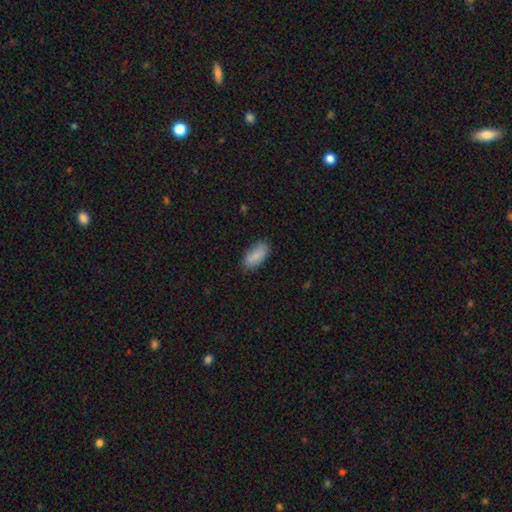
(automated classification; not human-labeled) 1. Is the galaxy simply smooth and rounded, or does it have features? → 86% smooth, 7% featured or disk, 7% star or artifact.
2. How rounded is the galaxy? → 90% in between, 8% cigar-shaped, 2% round.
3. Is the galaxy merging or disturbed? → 83% none, 13% minor disturbance, 3% major disturbance, 1% merger.